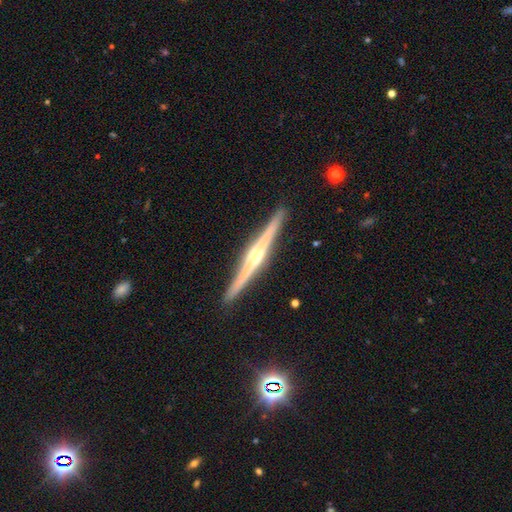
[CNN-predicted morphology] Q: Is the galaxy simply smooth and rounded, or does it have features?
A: featured or disk — 82%.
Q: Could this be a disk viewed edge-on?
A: yes — 98%.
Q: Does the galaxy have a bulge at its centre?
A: rounded — 70%.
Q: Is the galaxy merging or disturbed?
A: none — 91%.